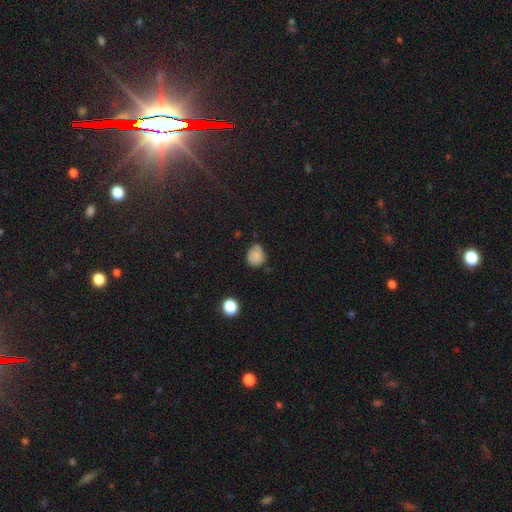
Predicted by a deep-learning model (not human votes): Smooth or featured: smooth — 80% (star or artifact — 11%)
How rounded: round — 65% (in between — 34%)
Merging: none — 59% (minor disturbance — 33%)